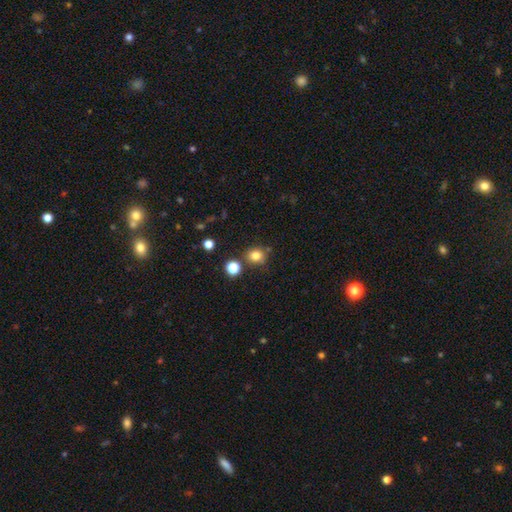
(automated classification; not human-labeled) The model was most divided on "how rounded": round: 76%, in between: 23%, cigar-shaped: 1%. More confident: smooth or featured — smooth (80%); merging — none (76%).